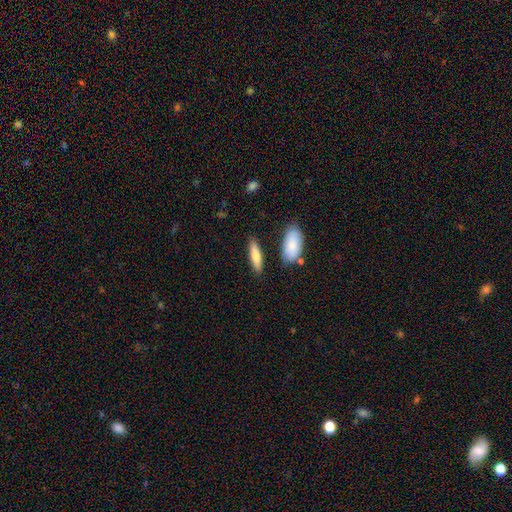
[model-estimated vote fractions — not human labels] This is likely a smooth galaxy (74%). How rounded: likely cigar-shaped (63%). Merging: clearly none (83%).